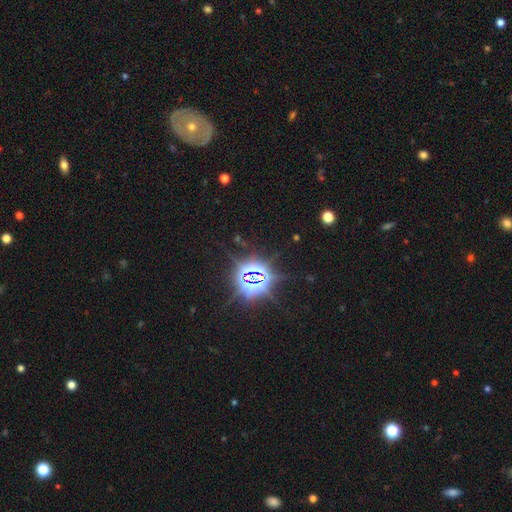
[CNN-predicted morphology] smooth-or-featured: star or artifact: 70% | smooth: 18% | featured or disk: 12%